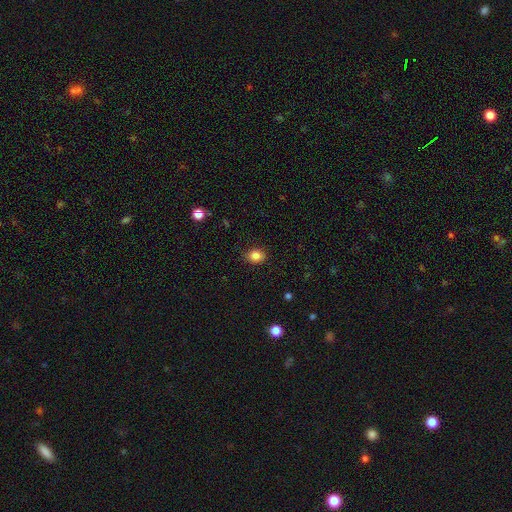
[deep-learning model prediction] A smooth galaxy with no disk features (85%) that is round (56%).

Vote fractions:
- Smooth or featured? smooth: 85% / star or artifact: 11% / featured or disk: 5%
- How rounded? round: 56% / in between: 43% / cigar-shaped: 1%
- Merging? none: 87% / minor disturbance: 10% / major disturbance: 2% / merger: 1%